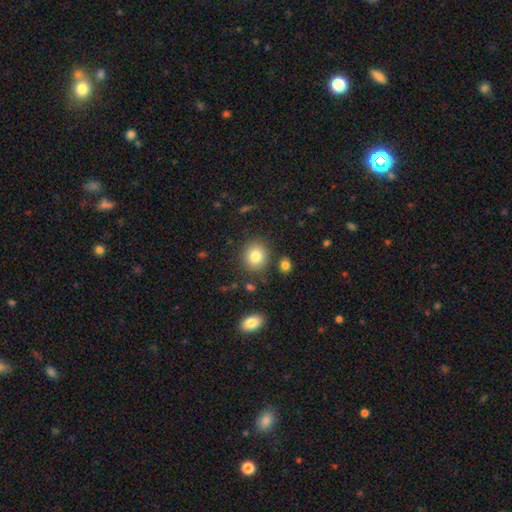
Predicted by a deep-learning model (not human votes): Smooth or featured? smooth (83%)
How rounded? round (78%)
Merging? none (84%)